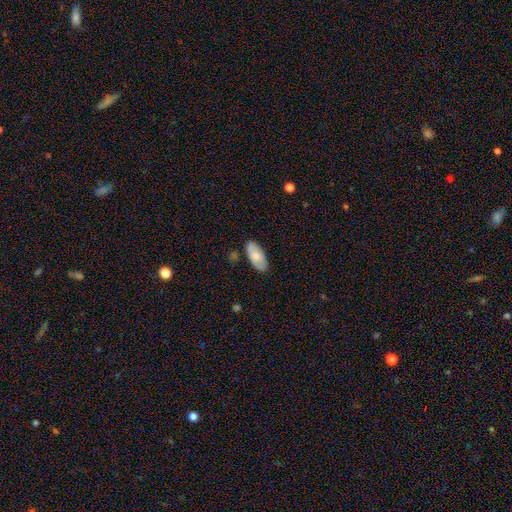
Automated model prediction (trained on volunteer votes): This appears to be a smooth galaxy with no disk features (77%) that is in between round and cigar-shaped (91%). Merging: none (83%).